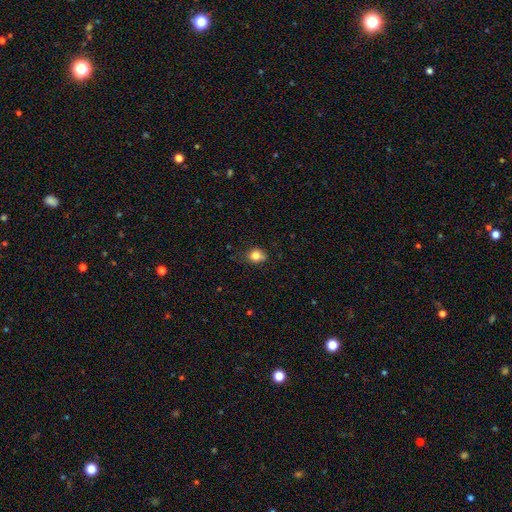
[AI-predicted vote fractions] smooth_or_featured: smooth (p=0.82) [alt: star or artifact p=0.10]
how_rounded: round (p=0.51) [alt: in between p=0.48]
merging: none (p=0.64) [alt: minor disturbance p=0.28]